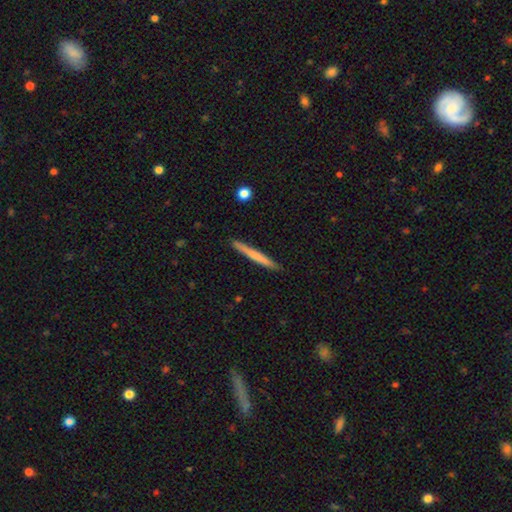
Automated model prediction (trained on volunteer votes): Smooth or featured: smooth — 62% (featured or disk — 33%)
How rounded: cigar-shaped — 97% (in between — 2%)
Merging: none — 90% (minor disturbance — 7%)